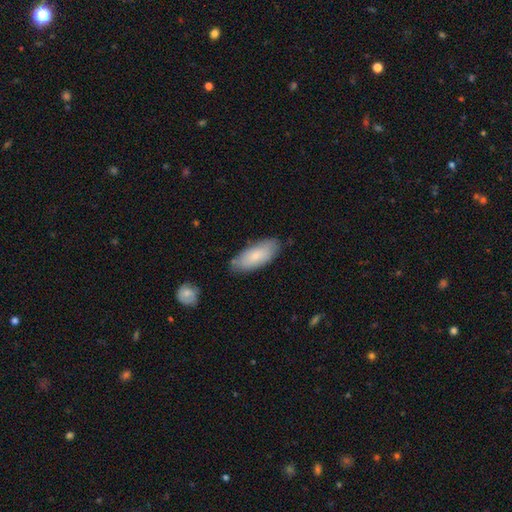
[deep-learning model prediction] A smooth galaxy with no disk features (76%) that is in between round and cigar-shaped (82%). Merging: none (77%).